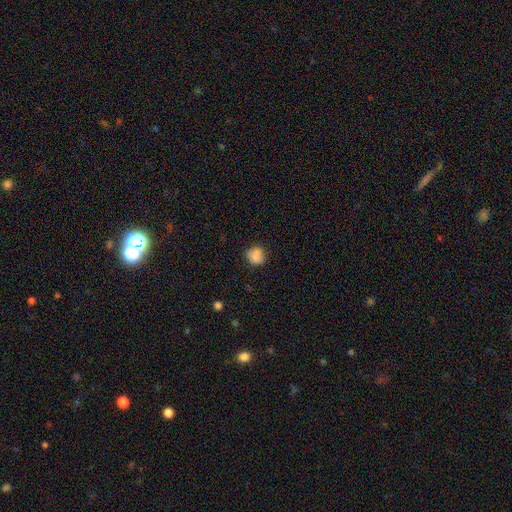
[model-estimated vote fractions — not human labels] Smooth or featured? smooth (81%)
How rounded? round (81%)
Merging? none (69%)